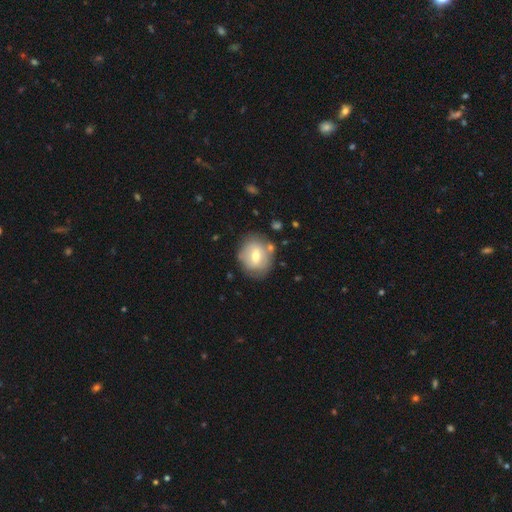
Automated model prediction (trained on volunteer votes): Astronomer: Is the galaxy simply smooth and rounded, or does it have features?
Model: smooth — 56% (runner-up: featured or disk, 36%).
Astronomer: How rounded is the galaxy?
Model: round — 72%.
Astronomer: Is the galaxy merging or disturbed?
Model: none — 74%.